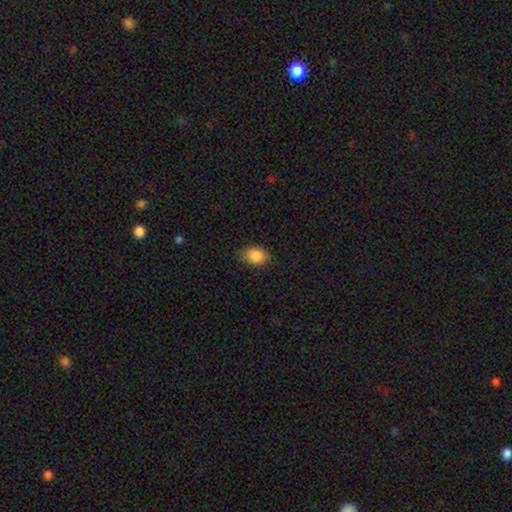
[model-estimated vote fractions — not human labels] A smooth galaxy with no disk features (88%) that is in between round and cigar-shaped (76%).

Vote fractions:
- Smooth or featured? smooth: 88% / star or artifact: 8% / featured or disk: 5%
- How rounded? in between: 76% / round: 22% / cigar-shaped: 1%
- Merging? none: 76% / minor disturbance: 19% / major disturbance: 4% / merger: 1%